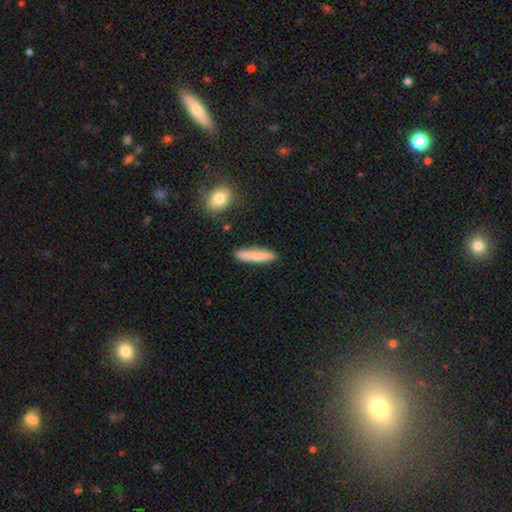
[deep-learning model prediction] Overall: smooth (78%). How rounded: cigar-shaped (88%). Merging: none (87%).